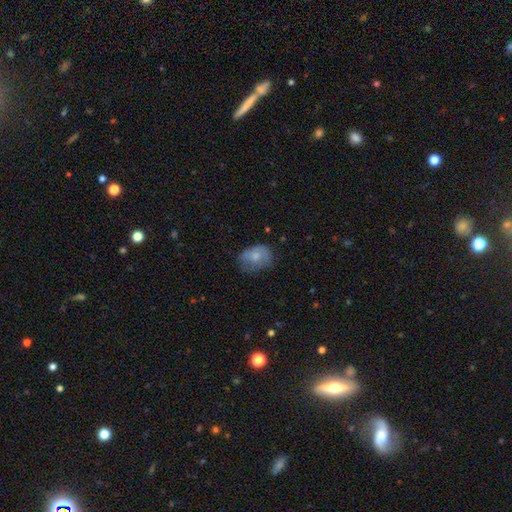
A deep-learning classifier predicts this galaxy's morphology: This is likely a smooth galaxy (71%). How rounded: likely in between (69%). Merging: possibly none (47%).